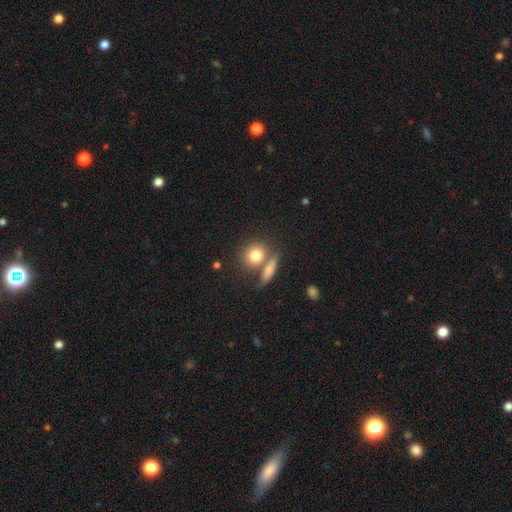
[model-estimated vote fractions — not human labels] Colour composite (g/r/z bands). It shows a smooth galaxy with no disk features (79%) that is round (66%). Merging: none (53%).